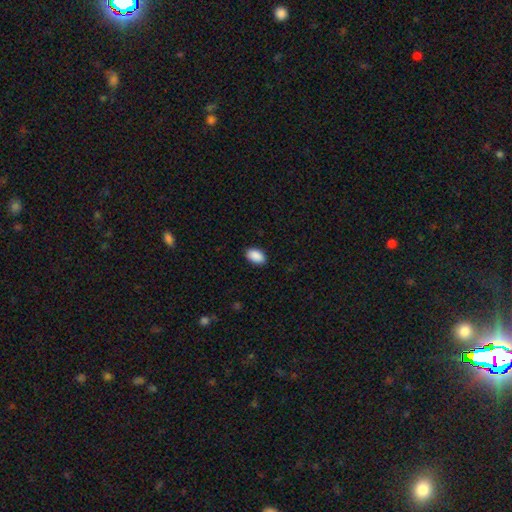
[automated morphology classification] A smooth galaxy with no disk features (91%) that is in between round and cigar-shaped (93%). Merging: none (90%).